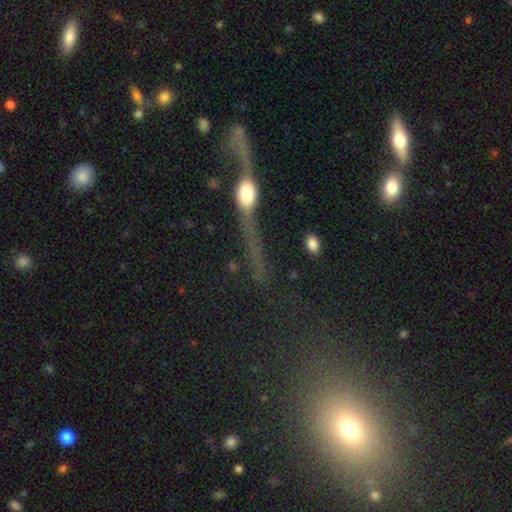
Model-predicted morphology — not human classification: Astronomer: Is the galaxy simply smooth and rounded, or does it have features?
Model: featured or disk — 70%.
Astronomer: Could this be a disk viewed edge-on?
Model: yes — 68%.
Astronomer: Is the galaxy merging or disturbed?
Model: none — 61%.